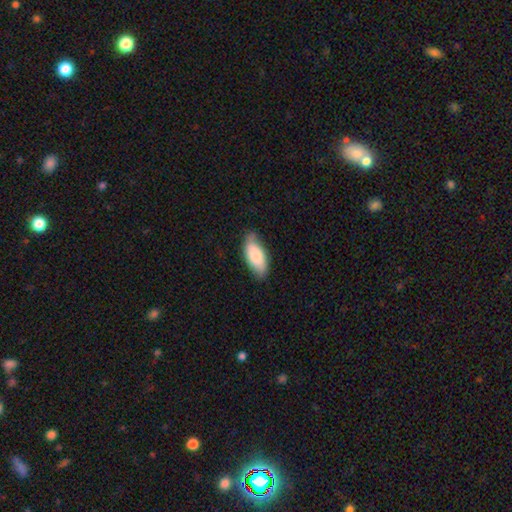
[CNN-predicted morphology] smooth-or-featured: smooth: 79% | featured or disk: 15% | star or artifact: 6%
  how-rounded: in between: 87% | cigar-shaped: 11% | round: 2%
  merging: none: 75% | minor disturbance: 21% | major disturbance: 3% | merger: 1%